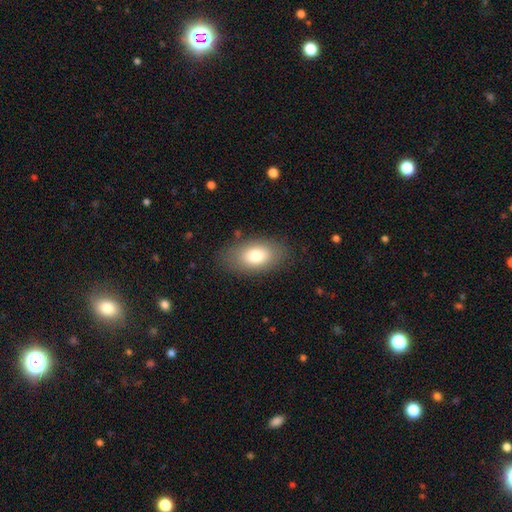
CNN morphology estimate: A smooth galaxy with no disk features (78%) that is in between round and cigar-shaped (91%).

Vote fractions:
- Smooth or featured? smooth: 78% / featured or disk: 14% / star or artifact: 8%
- How rounded? in between: 91% / round: 7% / cigar-shaped: 2%
- Merging? none: 83% / minor disturbance: 12% / major disturbance: 4% / merger: 1%